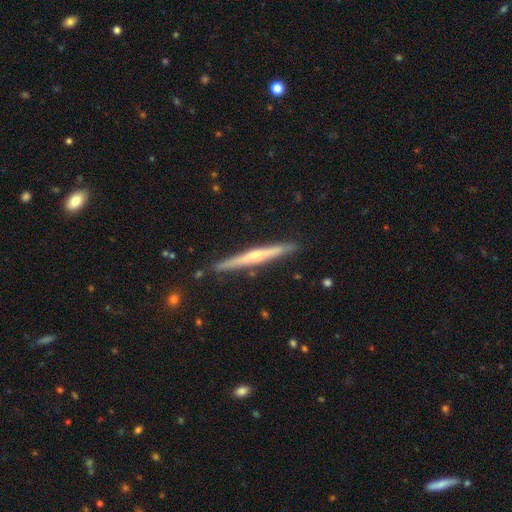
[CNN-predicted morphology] Q: Smooth or featured?
A: featured or disk (68%); runner-up: smooth (26%)
Q: Edge-on disk?
A: yes (98%); runner-up: no (2%)
Q: Edge-on bulge?
A: rounded (63%); runner-up: none (30%)
Q: Merging?
A: none (89%); runner-up: minor disturbance (8%)